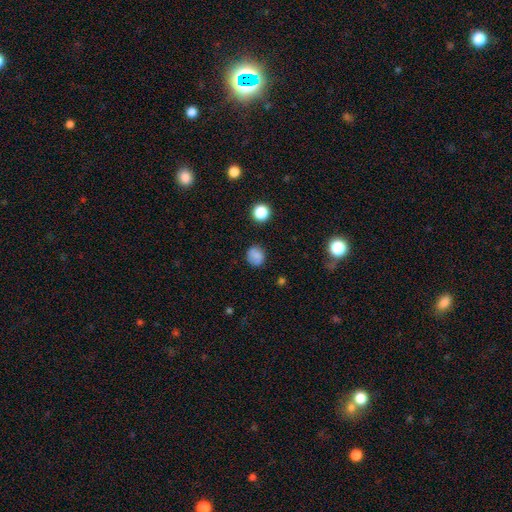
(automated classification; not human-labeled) smooth_or_featured: smooth (p=0.76) [alt: star or artifact p=0.12]
how_rounded: round (p=0.78) [alt: in between p=0.21]
merging: none (p=0.79) [alt: minor disturbance p=0.14]